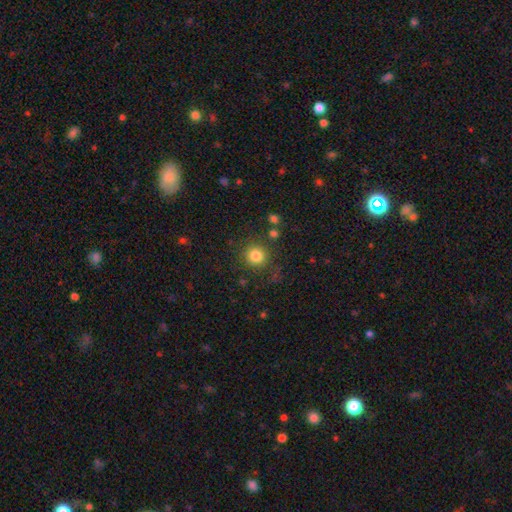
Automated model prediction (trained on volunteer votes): Smooth or featured? Predicted: smooth (p=0.83). How rounded? Predicted: round (p=0.92). Merging? Predicted: none (p=0.83).